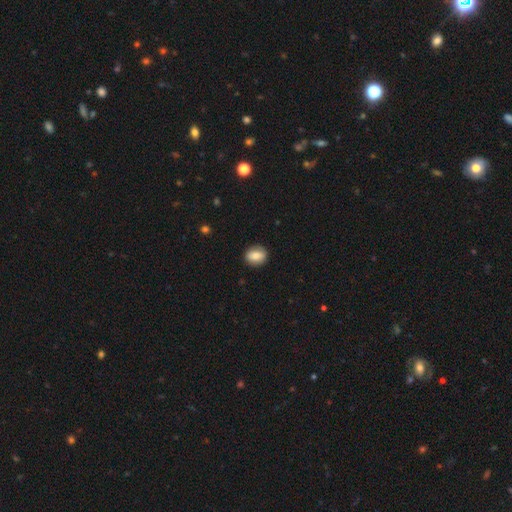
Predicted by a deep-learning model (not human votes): smooth 75%, featured or disk 17%, star or artifact 8%. Down the decision tree: how rounded — round (56%); merging — none (87%).